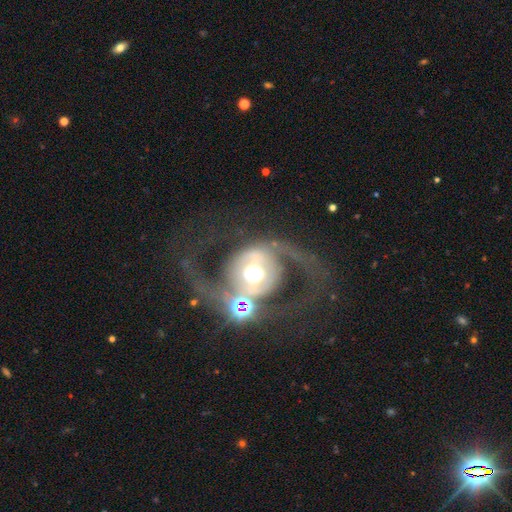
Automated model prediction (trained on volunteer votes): Smooth or featured?
  - featured or disk: 70% *
  - smooth: 18%
  - star or artifact: 12%
Edge-on disk?
  - no: 95% *
  - yes: 5%
Bar?
  - no: 61% *
  - weak: 21%
  - strong: 18%
Spiral arms?
  - yes: 68% *
  - no: 32%
Bulge size?
  - moderate: 46% *
  - large: 34%
  - dominant: 13%
  - small: 5%
  - none: 2%
Merging?
  - none: 43% *
  - major disturbance: 31%
  - minor disturbance: 13%
  - merger: 12%